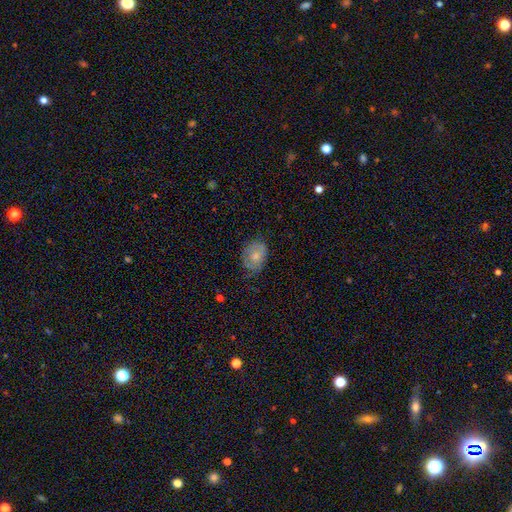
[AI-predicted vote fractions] Smooth or featured? Predicted: smooth (p=0.65). How rounded? Predicted: in between (p=0.68). Merging? Predicted: none (p=0.64).